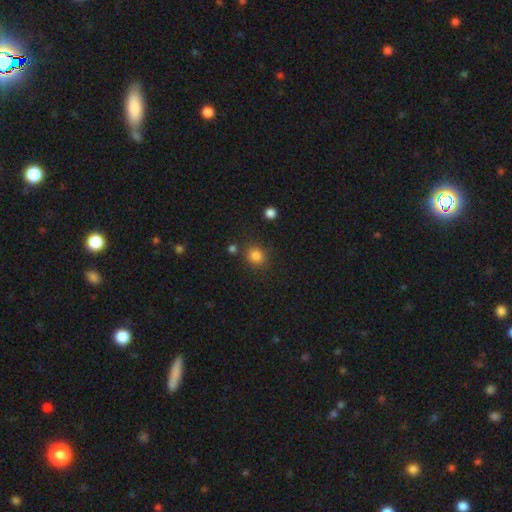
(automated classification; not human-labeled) Overall: smooth (83%). How rounded: round (77%). Merging: none (80%).